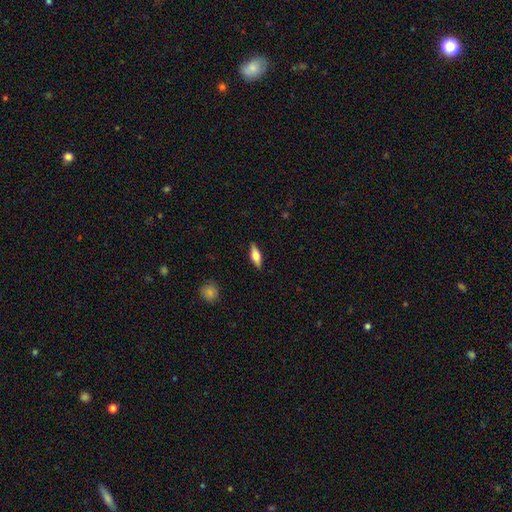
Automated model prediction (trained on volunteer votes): smooth-or-featured: smooth: 49% | featured or disk: 44% | star or artifact: 6%
  merging: none: 89% | minor disturbance: 8% | major disturbance: 2% | merger: 1%